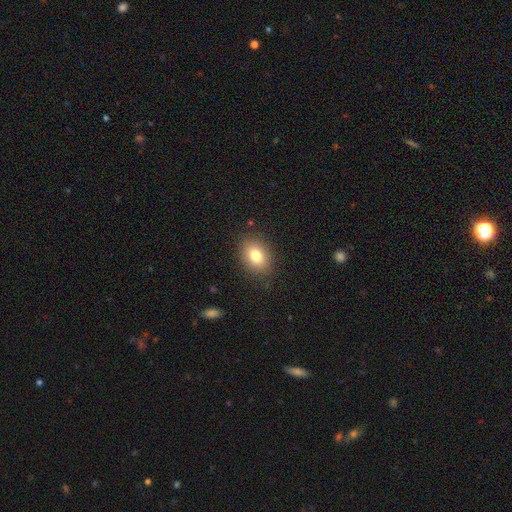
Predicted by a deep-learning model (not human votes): Overall: smooth (79%). How rounded: in between (69%; round 30%). Merging: none (86%).